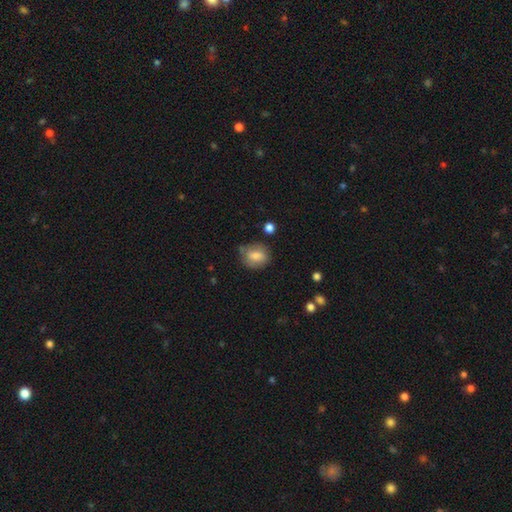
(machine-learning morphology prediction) This appears to be a smooth galaxy with no disk features (76%) that is round (50%). Merging: none (66%).